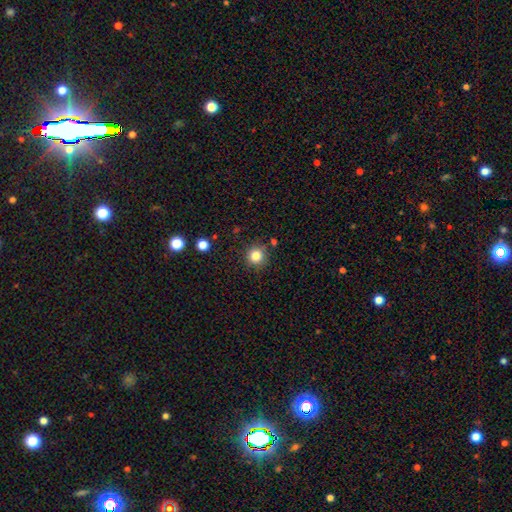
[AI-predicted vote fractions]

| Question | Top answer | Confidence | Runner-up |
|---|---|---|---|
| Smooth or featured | smooth | 82% | star or artifact (12%) |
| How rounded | round | 93% | in between (6%) |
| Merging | none | 86% | minor disturbance (9%) |